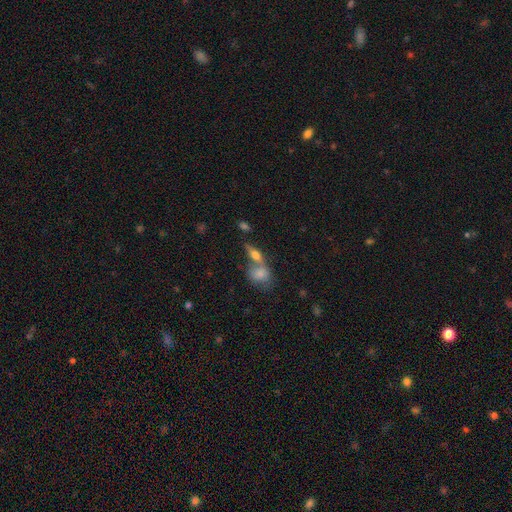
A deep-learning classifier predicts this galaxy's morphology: smooth-or-featured: smooth: 51% | featured or disk: 38% | star or artifact: 11%
  how-rounded: in between: 57% | cigar-shaped: 29% | round: 14%
  merging: none: 46% | merger: 40% | minor disturbance: 10% | major disturbance: 5%